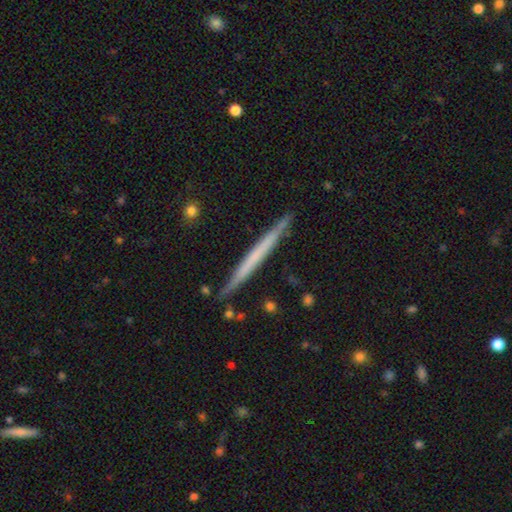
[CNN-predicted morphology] smooth-or-featured: featured or disk: 50% | smooth: 45% | star or artifact: 5%
  merging: none: 89% | minor disturbance: 8% | merger: 2% | major disturbance: 1%